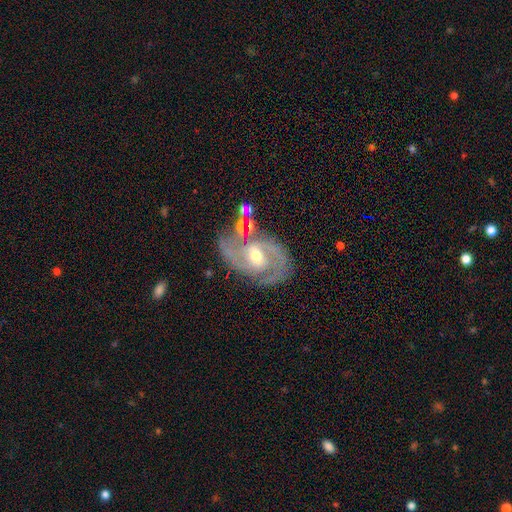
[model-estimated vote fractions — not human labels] A featured or disk galaxy (88%) with a weak bar (47%), 2 (83%) medium (48%) spiral arms (96%) and a moderate central bulge (59%). Merging: none (71%).